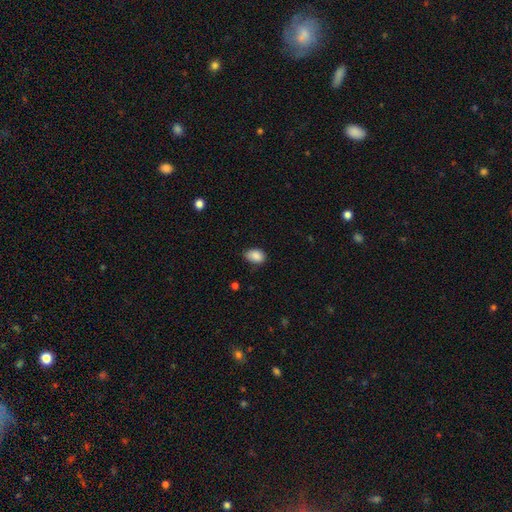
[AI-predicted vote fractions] This is clearly a smooth galaxy (88%). How rounded: clearly in between (82%). Merging: likely none (66%).